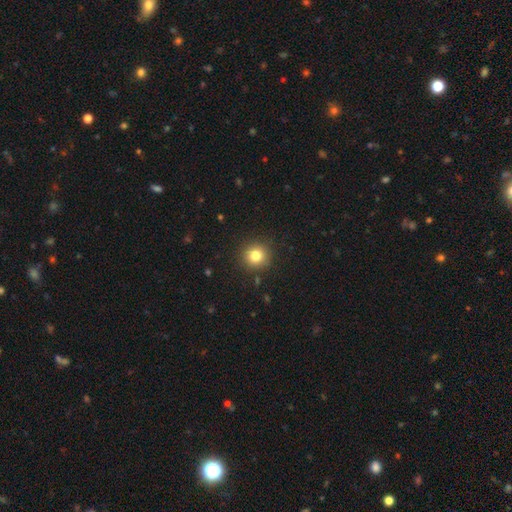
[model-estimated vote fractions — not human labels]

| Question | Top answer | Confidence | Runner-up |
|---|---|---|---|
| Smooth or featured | smooth | 81% | star or artifact (12%) |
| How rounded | round | 93% | in between (7%) |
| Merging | none | 90% | minor disturbance (6%) |